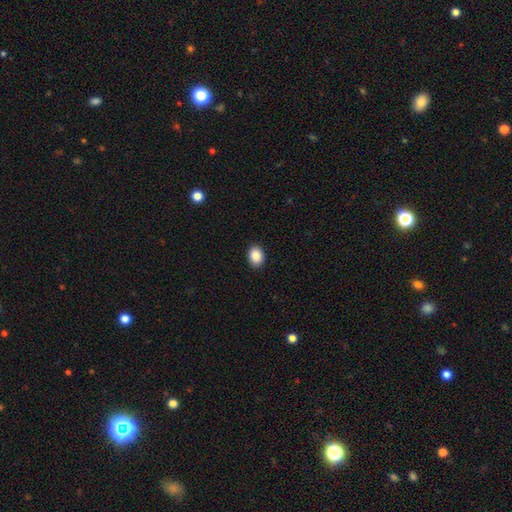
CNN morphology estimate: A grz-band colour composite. It shows a smooth galaxy with no disk features (89%) that is in between round and cigar-shaped (69%). Merging: none (91%).